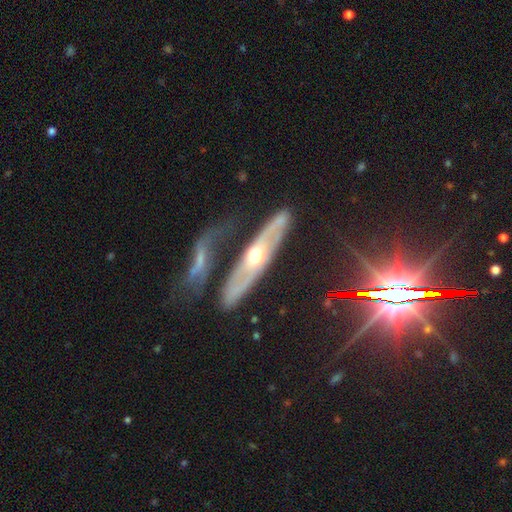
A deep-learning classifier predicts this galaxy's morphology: A featured or disk galaxy (73%) viewed edge-on (50%, tied with no). Merging: none (66%).